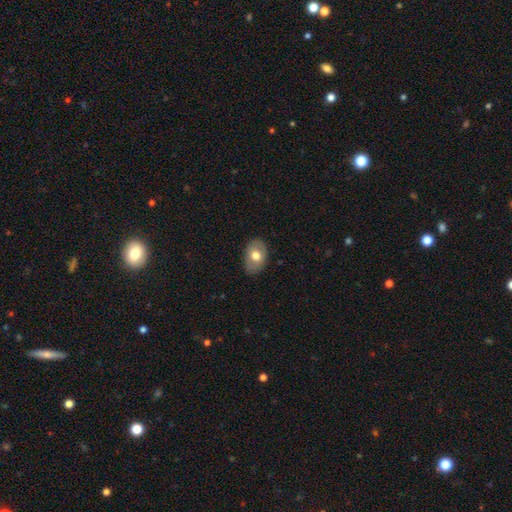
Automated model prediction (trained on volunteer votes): Smooth or featured: smooth — 66% (featured or disk — 27%)
How rounded: in between — 84% (round — 15%)
Merging: none — 82% (minor disturbance — 14%)